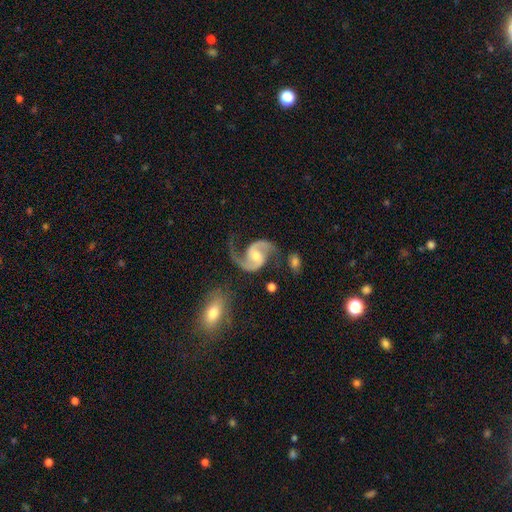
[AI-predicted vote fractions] A featured or disk galaxy (92%) with a weak bar (43%), 2 (92%) medium (51%) spiral arms (98%) and a moderate central bulge (63%). Merging: none (64%).